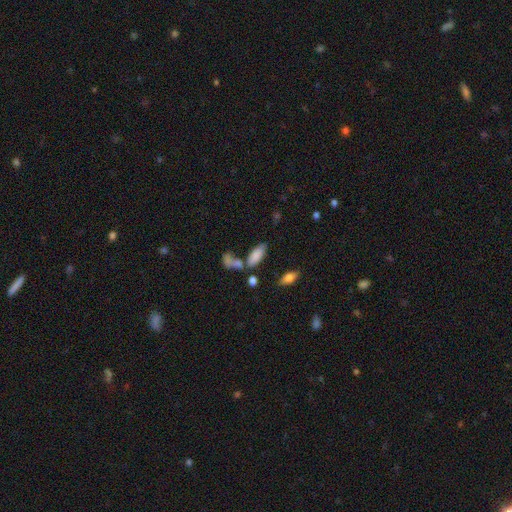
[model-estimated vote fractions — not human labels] This appears to be a smooth galaxy with no disk features (80%) that is in between round and cigar-shaped (81%). Merging: none (47%).